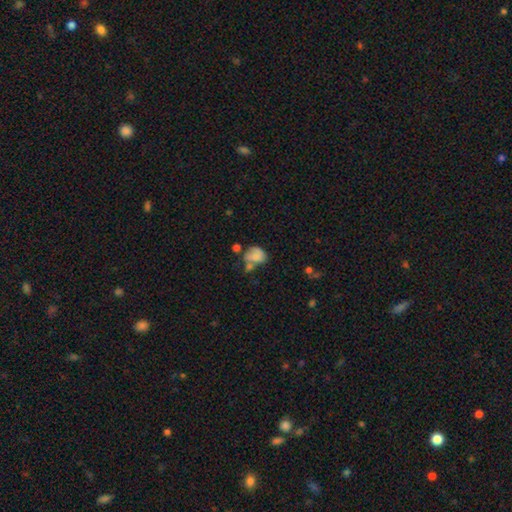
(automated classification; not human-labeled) Q: Smooth or featured?
A: smooth (64%); runner-up: featured or disk (25%)
Q: How rounded?
A: in between (62%); runner-up: round (36%)
Q: Merging?
A: merger (30%); runner-up: none (28%)